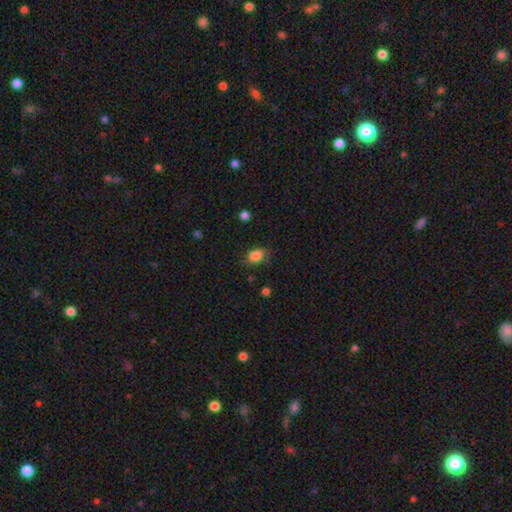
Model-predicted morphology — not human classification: Smooth or featured? smooth (86%)
How rounded? in between (80%)
Merging? none (77%)